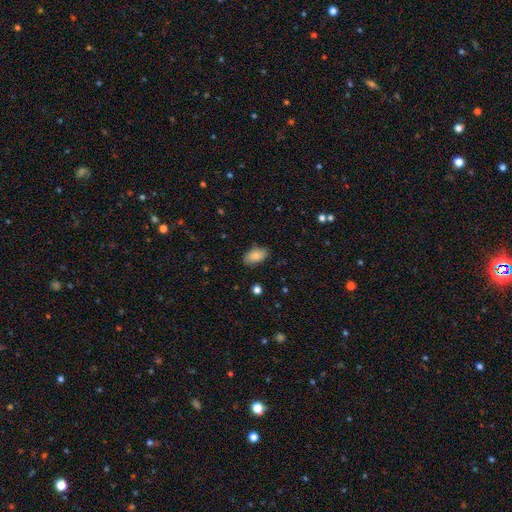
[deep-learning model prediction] The model was most divided on "merging": none: 83%, minor disturbance: 13%, major disturbance: 2%, merger: 1%. More confident: how rounded — in between (93%); smooth or featured — smooth (83%).